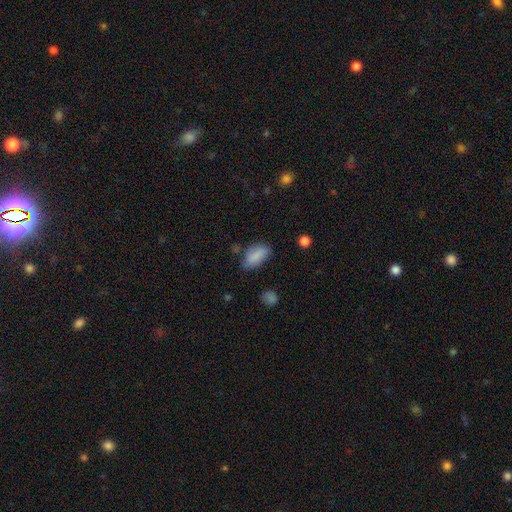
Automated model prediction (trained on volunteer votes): smooth-or-featured: smooth: 85% | star or artifact: 8% | featured or disk: 7%
  how-rounded: in between: 92% | round: 4% | cigar-shaped: 4%
  merging: none: 64% | minor disturbance: 26% | major disturbance: 7% | merger: 3%